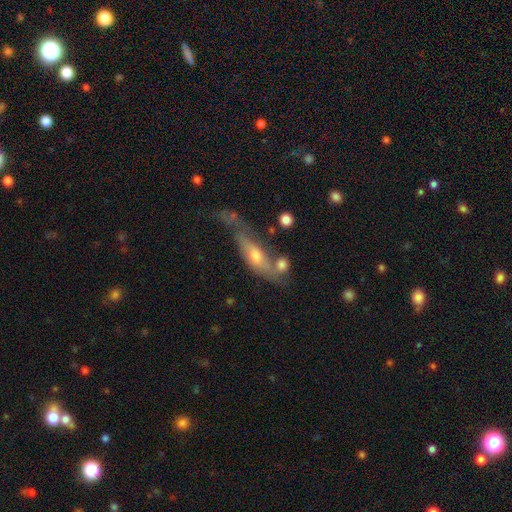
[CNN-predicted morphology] Q: Smooth or featured?
A: featured or disk (51%); runner-up: smooth (40%)
Q: Edge-on disk?
A: no (56%); runner-up: yes (44%)
Q: Merging?
A: merger (29%); tied with: none (29%)